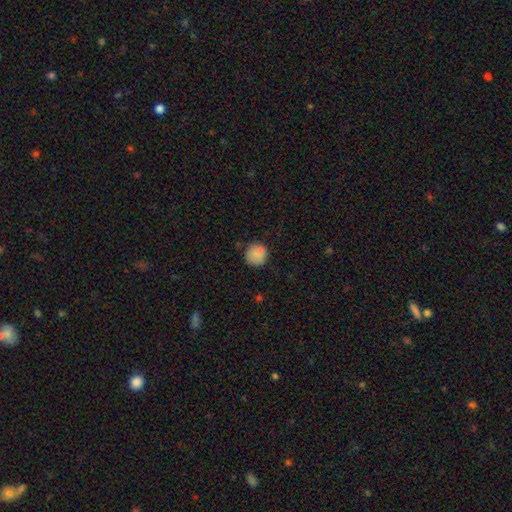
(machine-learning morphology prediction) smooth_or_featured: smooth (p=0.85) [alt: star or artifact p=0.09]
how_rounded: round (p=0.92) [alt: in between p=0.07]
merging: none (p=0.83) [alt: minor disturbance p=0.12]